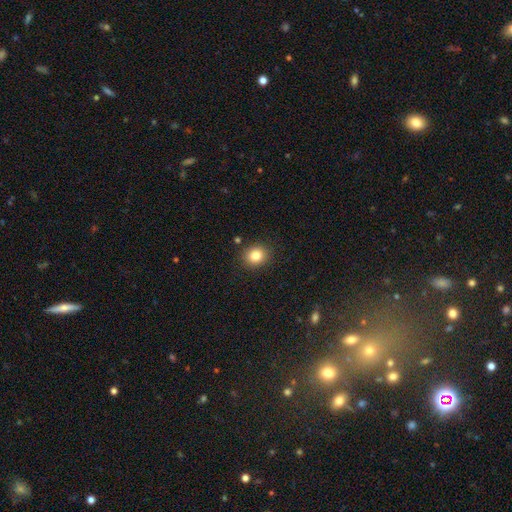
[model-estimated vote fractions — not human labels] Smooth or featured: smooth — 83% (star or artifact — 11%)
How rounded: round — 76% (in between — 23%)
Merging: none — 89% (minor disturbance — 7%)